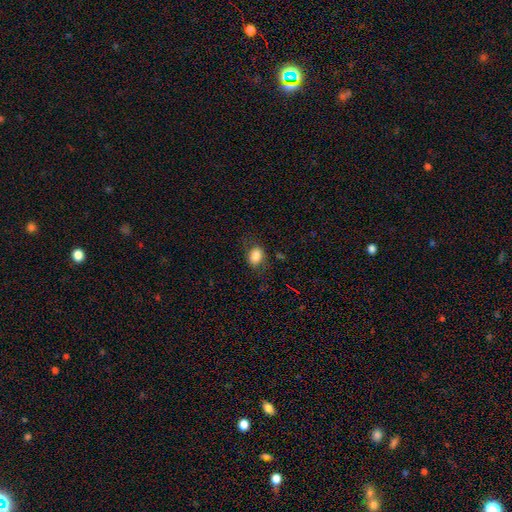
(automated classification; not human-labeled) smooth_or_featured: smooth (p=0.81) [alt: featured or disk p=0.10]
how_rounded: in between (p=0.65) [alt: round p=0.34]
merging: none (p=0.70) [alt: minor disturbance p=0.19]